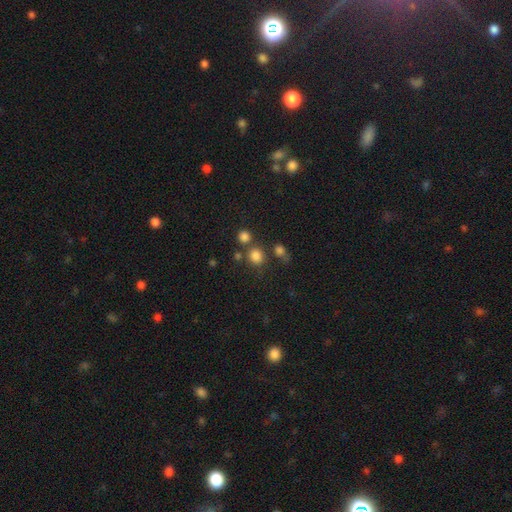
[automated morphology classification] Smooth or featured?
  - smooth: 80% *
  - star or artifact: 14%
  - featured or disk: 6%
How rounded?
  - round: 72% *
  - in between: 27%
  - cigar-shaped: 1%
Merging?
  - none: 65% *
  - merger: 19%
  - minor disturbance: 11%
  - major disturbance: 5%